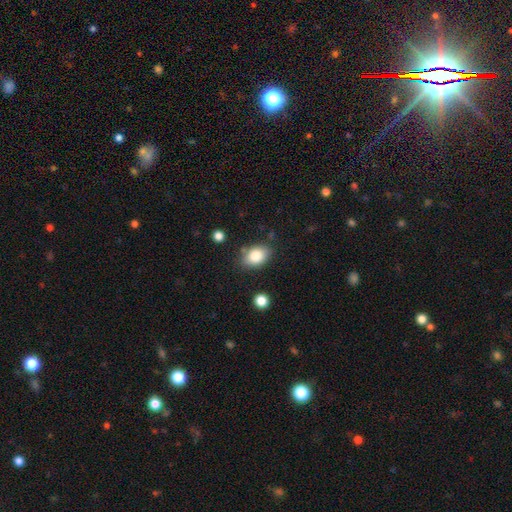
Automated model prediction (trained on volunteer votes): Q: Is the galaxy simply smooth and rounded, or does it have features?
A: smooth — 83%.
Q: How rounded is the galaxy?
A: in between — 79%.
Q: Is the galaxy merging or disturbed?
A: none — 78%.